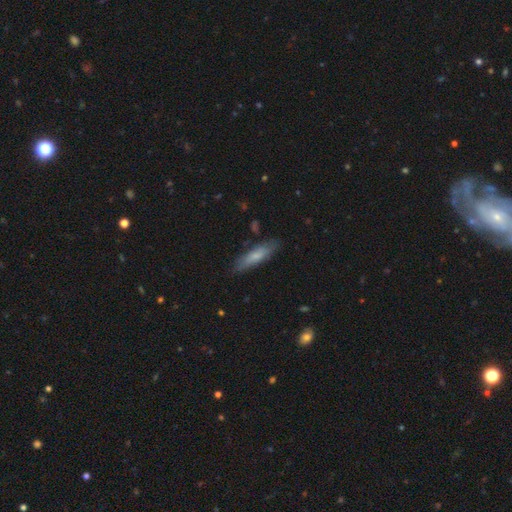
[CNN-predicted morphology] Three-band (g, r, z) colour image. It shows a smooth galaxy with no disk features (68%) that is cigar-shaped (70%). Merging: none (80%).